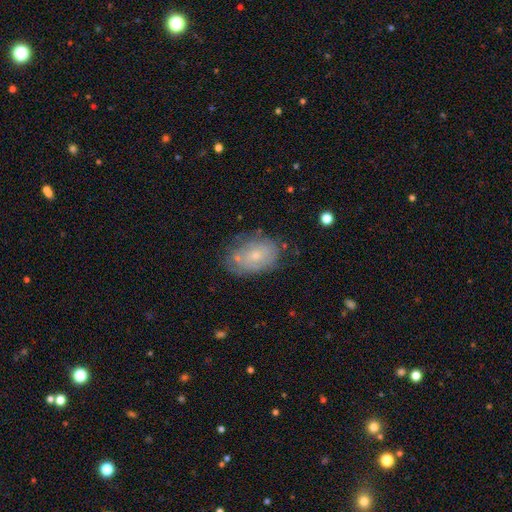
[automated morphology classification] The model was most divided on "smooth or featured": featured or disk: 52%, smooth: 40%, star or artifact: 8%. More confident: edge-on disk — no (95%); merging — none (65%).